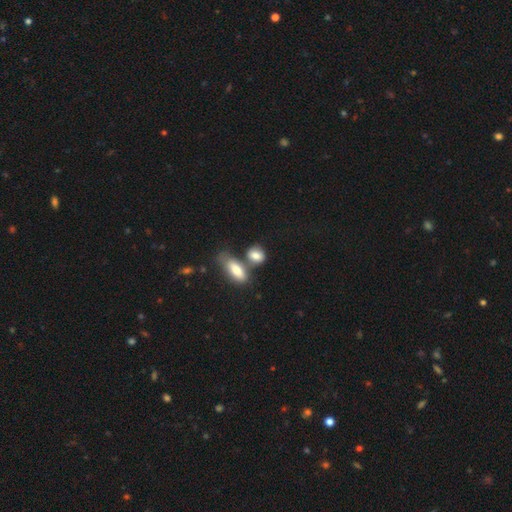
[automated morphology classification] Smooth or featured? Predicted: smooth (p=0.81). How rounded? Predicted: in between (p=0.66). Merging? Predicted: none (p=0.47).